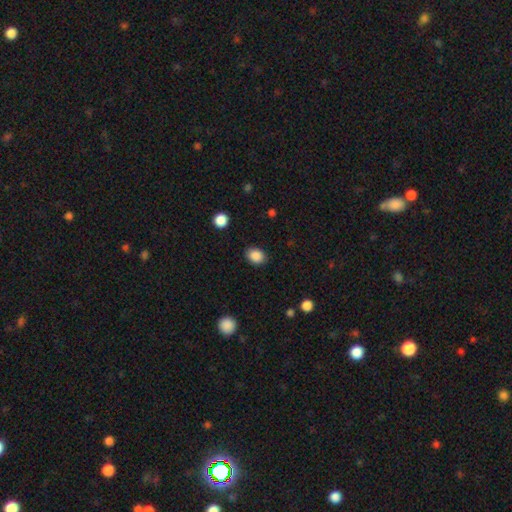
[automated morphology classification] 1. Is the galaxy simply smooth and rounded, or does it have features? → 88% smooth, 9% star or artifact, 3% featured or disk.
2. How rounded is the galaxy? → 57% in between, 42% round, 1% cigar-shaped.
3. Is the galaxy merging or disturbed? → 87% none, 9% minor disturbance, 3% major disturbance, 1% merger.